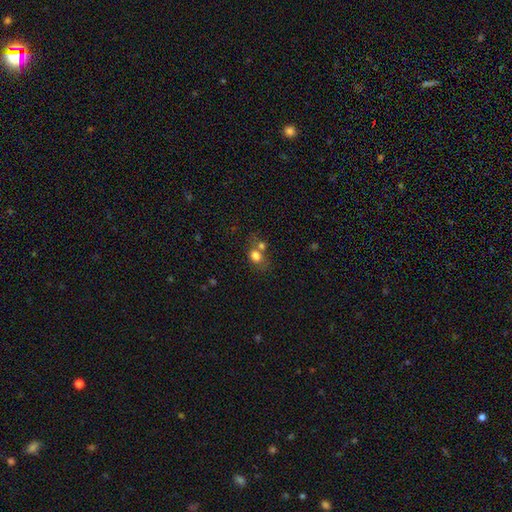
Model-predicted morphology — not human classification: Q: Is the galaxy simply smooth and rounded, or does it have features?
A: smooth — 76%.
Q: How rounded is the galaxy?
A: round — 51%.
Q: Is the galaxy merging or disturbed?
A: merger — 43%.